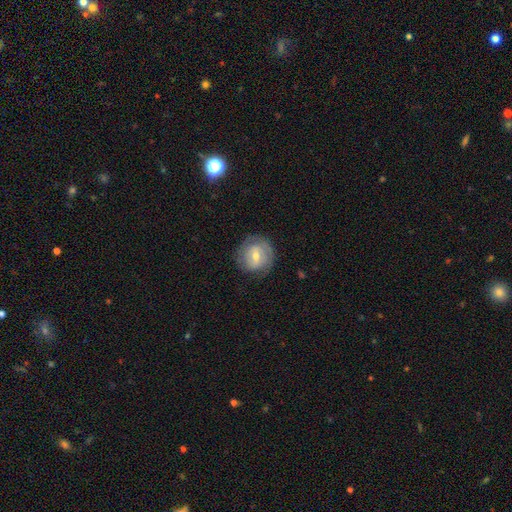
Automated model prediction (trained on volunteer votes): smooth-or-featured: featured or disk: 56% | smooth: 35% | star or artifact: 9%
  disk-edge-on: no: 95% | yes: 5%
    bar: weak: 49% | no: 29% | strong: 22%
    has-spiral-arms: yes: 65% | no: 35%
    bulge-size: moderate: 52% | small: 44% | large: 2% | none: 1% | dominant: 1%
  merging: none: 77% | minor disturbance: 16% | major disturbance: 7% | merger: 1%